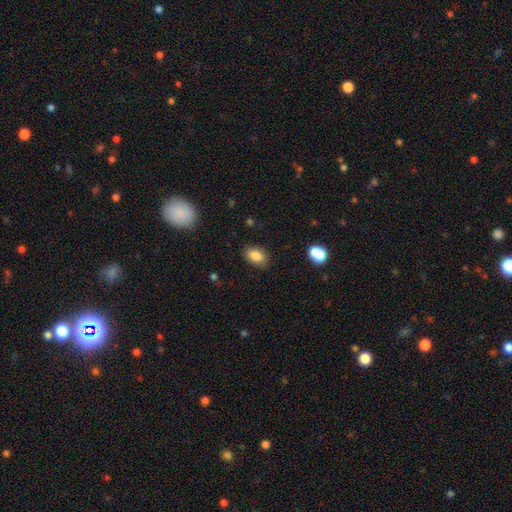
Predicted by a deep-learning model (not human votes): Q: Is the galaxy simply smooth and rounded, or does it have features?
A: smooth — 84%.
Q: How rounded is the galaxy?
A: in between — 85%.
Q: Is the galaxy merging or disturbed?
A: none — 85%.